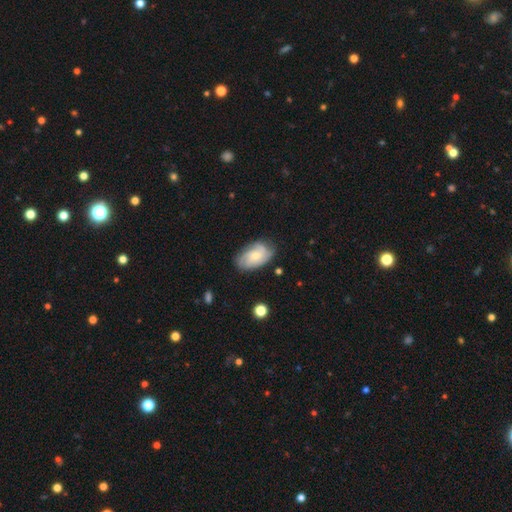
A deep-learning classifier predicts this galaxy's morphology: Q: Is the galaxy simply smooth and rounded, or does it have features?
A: featured or disk — 68%.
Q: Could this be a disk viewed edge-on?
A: no — 96%.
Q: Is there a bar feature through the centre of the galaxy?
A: no — 70%.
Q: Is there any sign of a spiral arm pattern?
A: yes — 93%.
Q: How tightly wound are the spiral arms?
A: tight — 49%.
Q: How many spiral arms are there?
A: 3 — 35%.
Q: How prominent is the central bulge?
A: small — 56%.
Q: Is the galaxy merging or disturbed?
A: none — 73%.